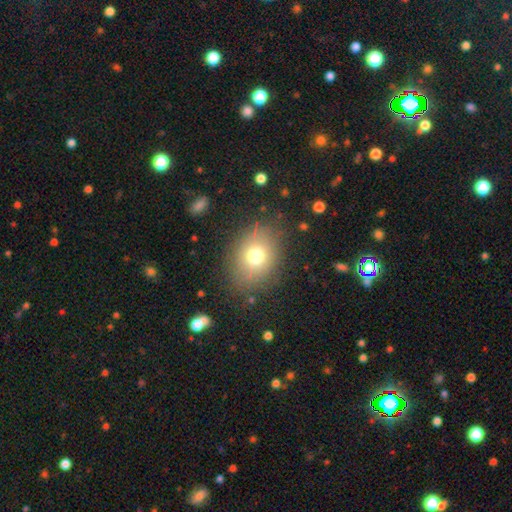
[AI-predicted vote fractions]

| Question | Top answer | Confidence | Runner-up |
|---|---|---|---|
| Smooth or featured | smooth | 71% | featured or disk (15%) |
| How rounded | in between | 56% | round (43%) |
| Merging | none | 81% | minor disturbance (12%) |